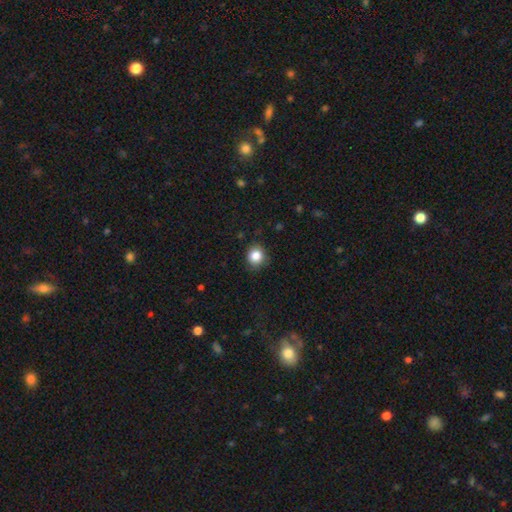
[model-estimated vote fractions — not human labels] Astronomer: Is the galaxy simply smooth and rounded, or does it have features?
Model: smooth — 84%.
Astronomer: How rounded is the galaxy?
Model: round — 84%.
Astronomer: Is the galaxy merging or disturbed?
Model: none — 84%.